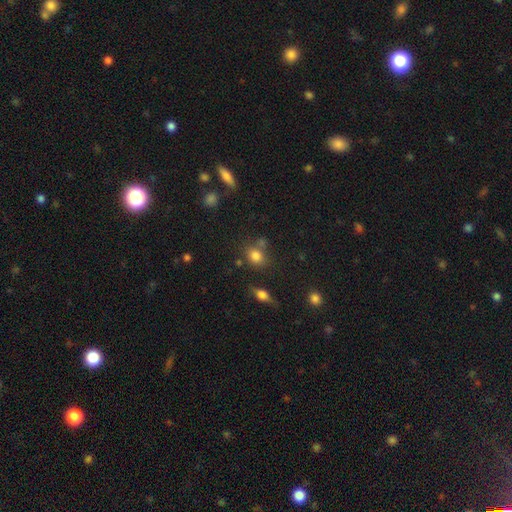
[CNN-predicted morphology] type=smooth (79%); roundness=round (60%); merging=none (65%).